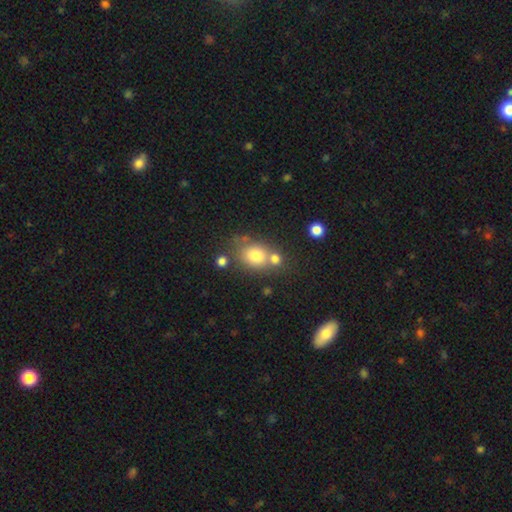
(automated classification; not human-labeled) Smooth or featured: smooth — 76% (featured or disk — 12%)
How rounded: round — 51% (in between — 47%)
Merging: none — 51% (merger — 30%)